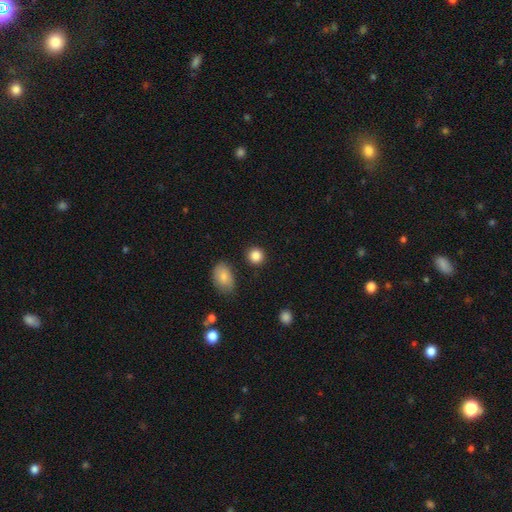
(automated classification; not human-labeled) smooth 86%, star or artifact 10%, featured or disk 4%. Down the decision tree: how rounded — round (88%); merging — none (88%).